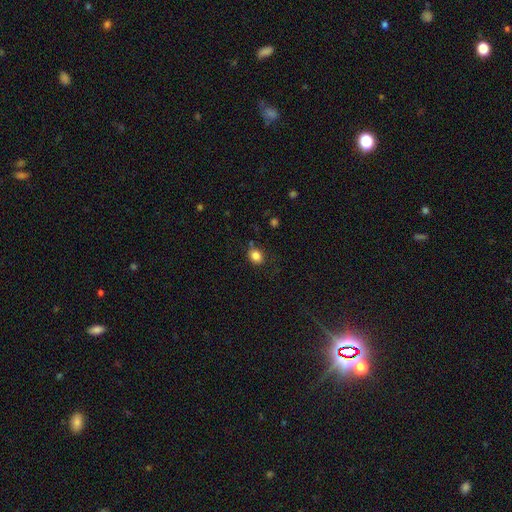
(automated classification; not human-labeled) A smooth galaxy with no disk features (84%) that is round (53%).

Vote fractions:
- Smooth or featured? smooth: 84% / star or artifact: 11% / featured or disk: 6%
- How rounded? round: 53% / in between: 46% / cigar-shaped: 1%
- Merging? none: 78% / minor disturbance: 15% / major disturbance: 4% / merger: 3%